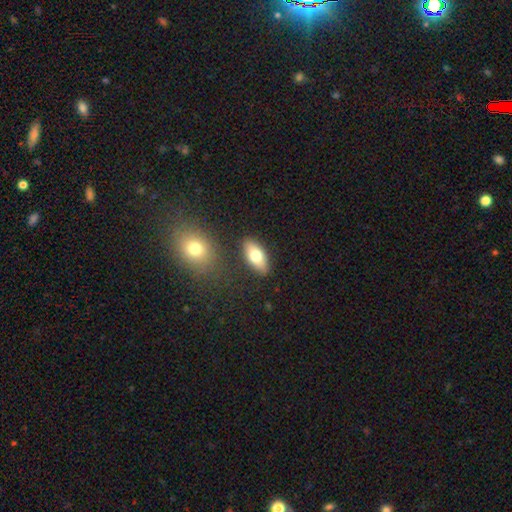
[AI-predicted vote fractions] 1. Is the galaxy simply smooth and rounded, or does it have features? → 72% smooth, 21% featured or disk, 7% star or artifact.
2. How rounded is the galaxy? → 87% in between, 9% cigar-shaped, 4% round.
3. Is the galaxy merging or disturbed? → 85% none, 9% minor disturbance, 4% merger, 2% major disturbance.